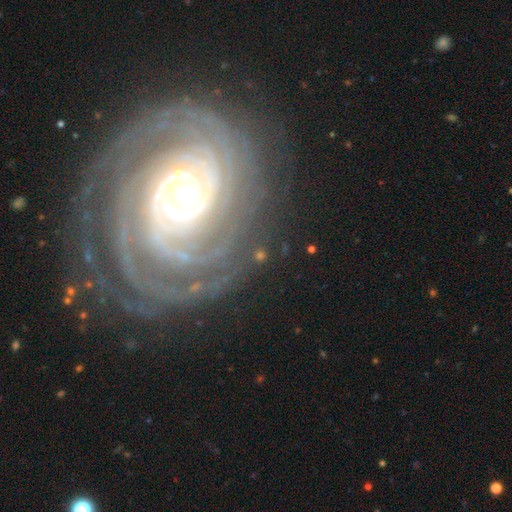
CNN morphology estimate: This is clearly a featured or disk galaxy (90%). It is clearly not viewed edge-on (97%). Bar: likely no (69%). Spiral arm pattern: clearly yes (98%). Spiral arm count: marginally more than 4 (21%). Spiral winding: clearly tight (85%). Central bulge: likely moderate (63%). Merging: likely none (78%).